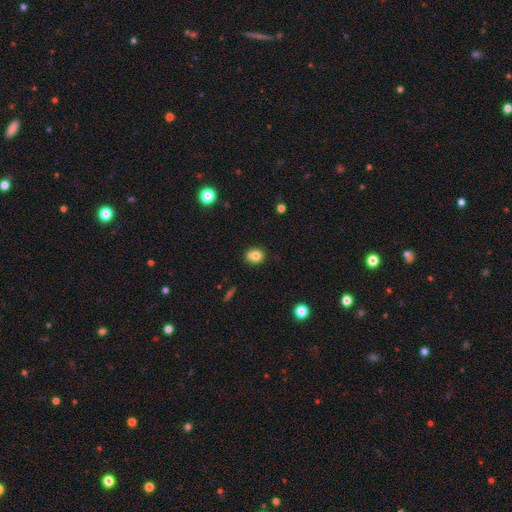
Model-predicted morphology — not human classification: This is likely a smooth galaxy (77%). How rounded: likely round (73%). Merging: possibly none (57%).